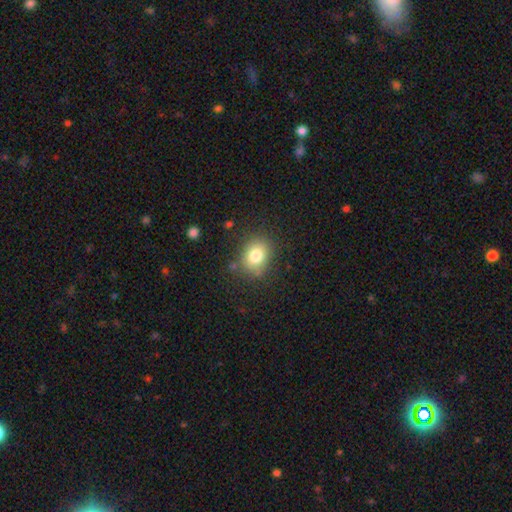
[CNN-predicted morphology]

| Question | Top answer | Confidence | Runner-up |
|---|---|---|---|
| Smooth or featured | smooth | 80% | star or artifact (11%) |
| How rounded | in between | 51% | round (48%) |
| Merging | none | 79% | minor disturbance (14%) |